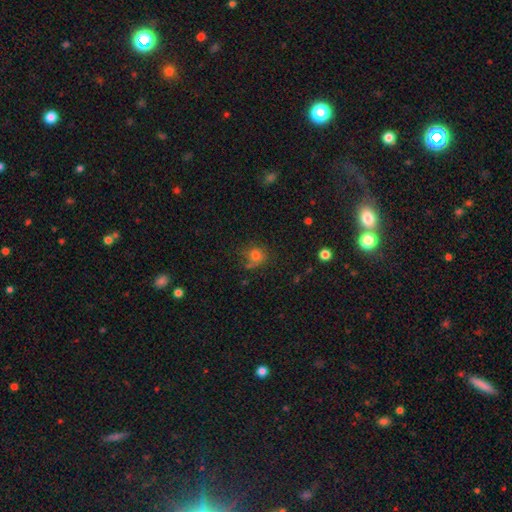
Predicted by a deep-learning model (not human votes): This appears to be a smooth galaxy with no disk features (77%) that is round (79%). Merging: none (61%).